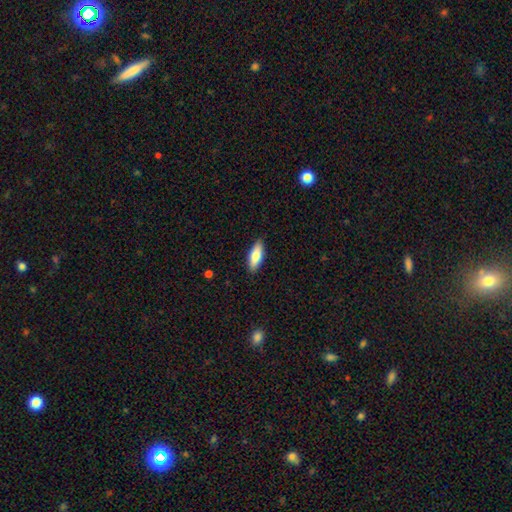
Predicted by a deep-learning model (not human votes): Q: Smooth or featured?
A: smooth (78%); runner-up: featured or disk (16%)
Q: How rounded?
A: in between (67%); runner-up: cigar-shaped (31%)
Q: Merging?
A: none (89%); runner-up: minor disturbance (8%)